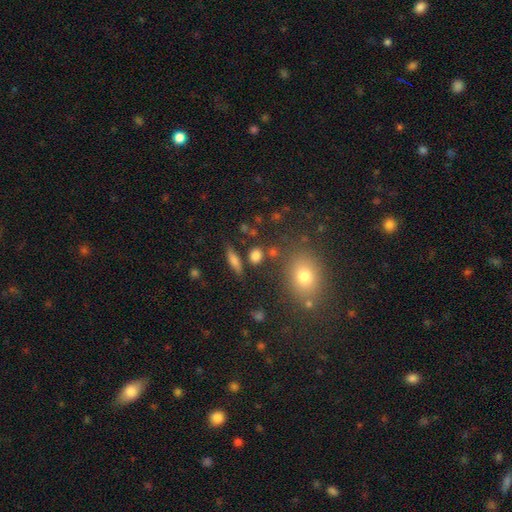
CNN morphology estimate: A smooth galaxy with no disk features (78%) that is in between round and cigar-shaped (44%). Merging: none (77%).